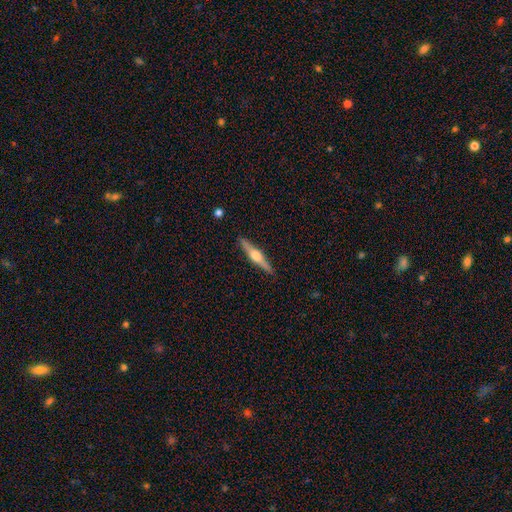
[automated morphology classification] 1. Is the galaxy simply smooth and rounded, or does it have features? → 71% featured or disk, 23% smooth, 5% star or artifact.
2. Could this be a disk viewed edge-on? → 98% yes, 2% no.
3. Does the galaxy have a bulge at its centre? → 94% rounded, 4% boxy, 2% none.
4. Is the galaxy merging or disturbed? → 91% none, 7% minor disturbance, 1% major disturbance, 1% merger.